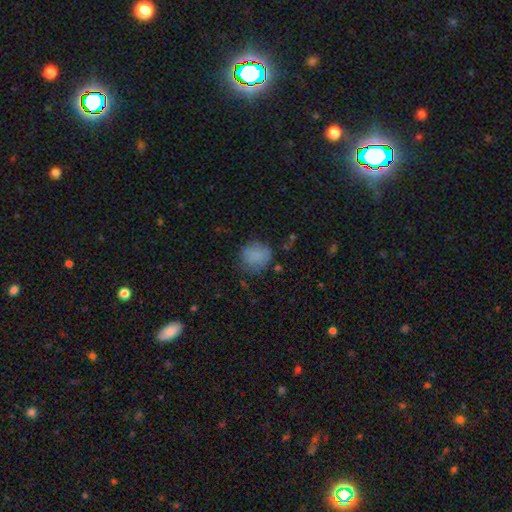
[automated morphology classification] Smooth or featured? smooth (83%)
How rounded? round (81%)
Merging? none (71%)